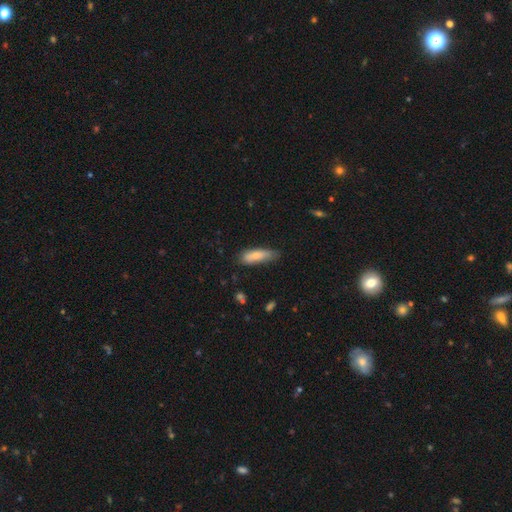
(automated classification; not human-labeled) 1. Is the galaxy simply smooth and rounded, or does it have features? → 74% smooth, 19% featured or disk, 7% star or artifact.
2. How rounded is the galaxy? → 53% cigar-shaped, 45% in between, 2% round.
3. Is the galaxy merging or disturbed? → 64% none, 28% minor disturbance, 6% major disturbance, 2% merger.